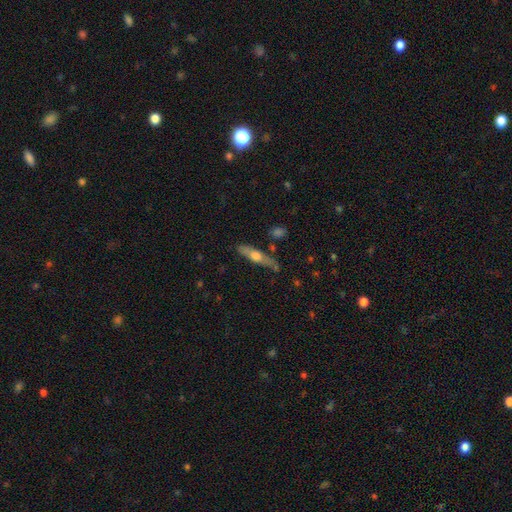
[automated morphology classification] A featured or disk galaxy (49%). Merging: none (71%).